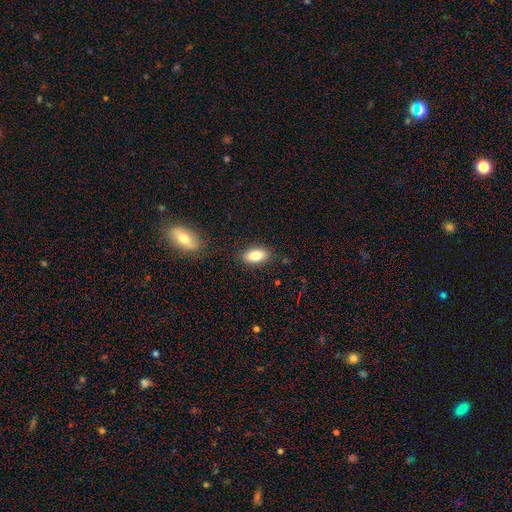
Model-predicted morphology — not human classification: A smooth galaxy with no disk features (81%) that is in between round and cigar-shaped (89%). Merging: none (86%).